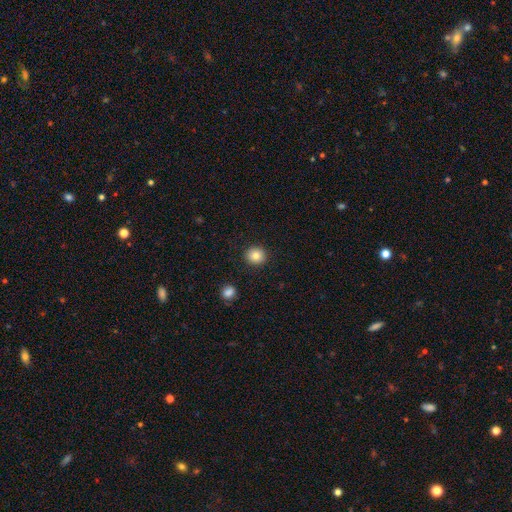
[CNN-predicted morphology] This appears to be a smooth galaxy with no disk features (82%) that is round (90%). Merging: none (92%).